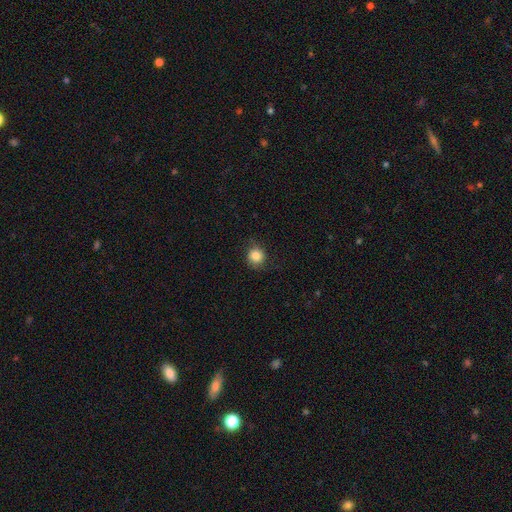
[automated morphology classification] Smooth or featured? smooth (84%)
How rounded? round (89%)
Merging? none (78%)